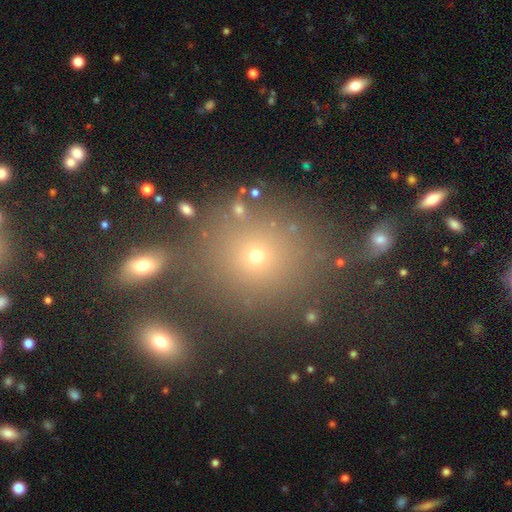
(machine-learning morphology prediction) Smooth or featured? smooth (64%)
How rounded? round (83%)
Merging? none (71%)